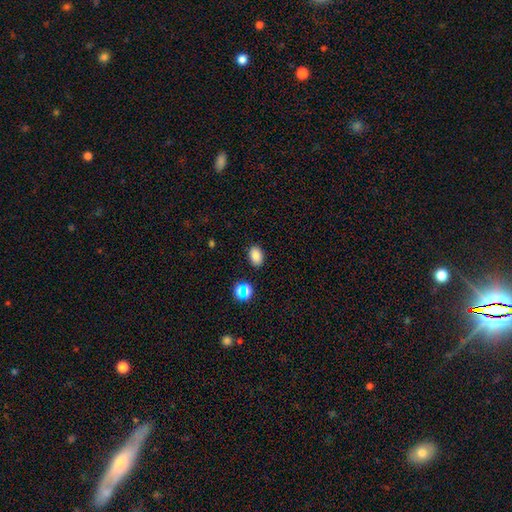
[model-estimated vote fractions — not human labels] Smooth or featured? Predicted: smooth (p=0.80). How rounded? Predicted: in between (p=0.82). Merging? Predicted: none (p=0.85).